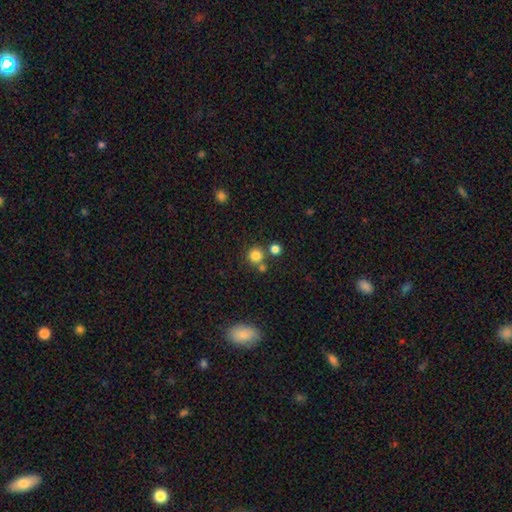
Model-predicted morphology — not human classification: A smooth galaxy with no disk features (81%) that is round (92%).

Vote fractions:
- Smooth or featured? smooth: 81% / star or artifact: 13% / featured or disk: 6%
- How rounded? round: 92% / in between: 7% / cigar-shaped: 1%
- Merging? none: 71% / merger: 18% / minor disturbance: 8% / major disturbance: 3%